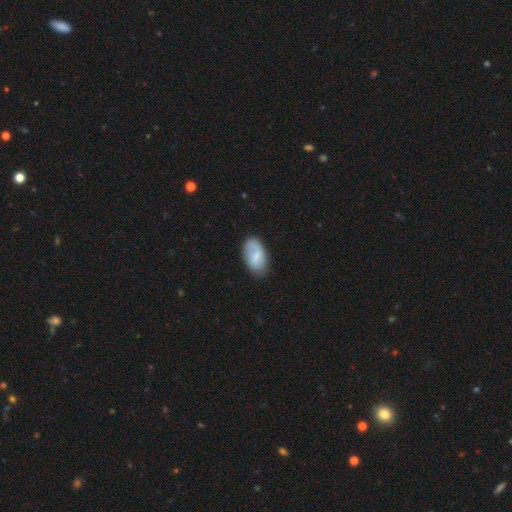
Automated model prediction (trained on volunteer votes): Smooth or featured?
  - smooth: 67% *
  - featured or disk: 26%
  - star or artifact: 7%
How rounded?
  - in between: 93% *
  - round: 5%
  - cigar-shaped: 2%
Merging?
  - none: 76% *
  - minor disturbance: 18%
  - major disturbance: 4%
  - merger: 2%